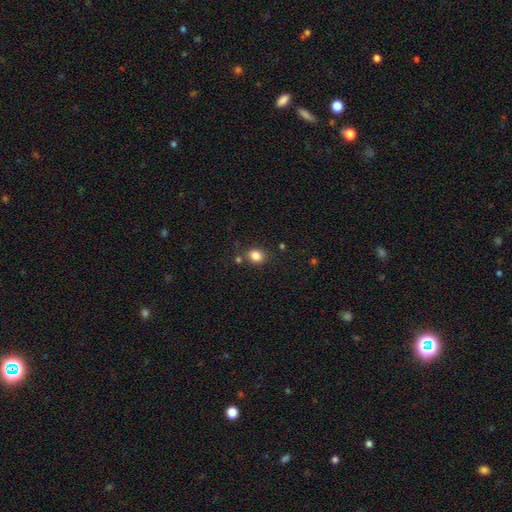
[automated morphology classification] Overall: smooth (84%). How rounded: round (59%; in between 40%). Merging: none (77%).